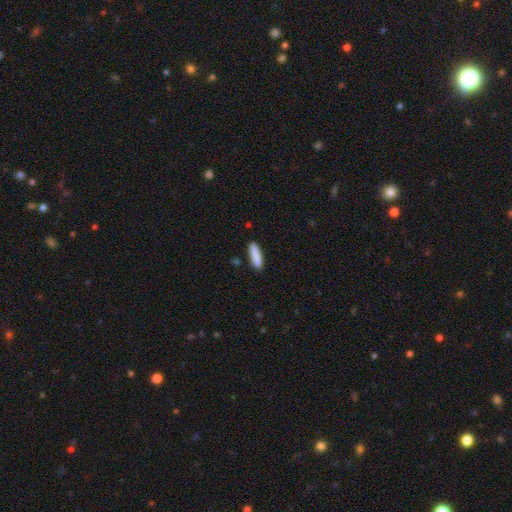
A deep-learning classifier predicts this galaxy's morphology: Overall: smooth (88%). How rounded: cigar-shaped (73%). Merging: none (88%).